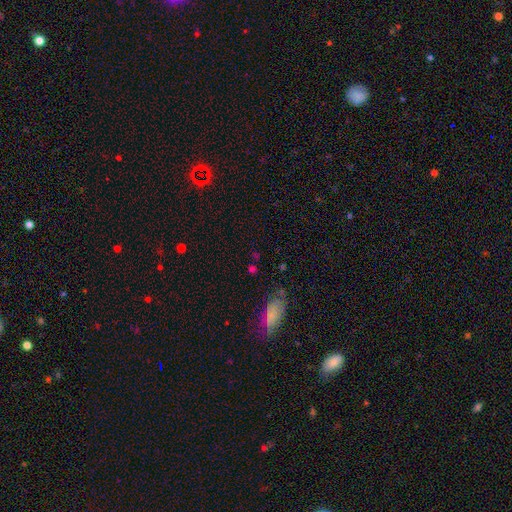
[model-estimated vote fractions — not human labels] The model was most divided on "smooth or featured": smooth: 47%, star or artifact: 40%, featured or disk: 13%. More confident: merging — none (69%).